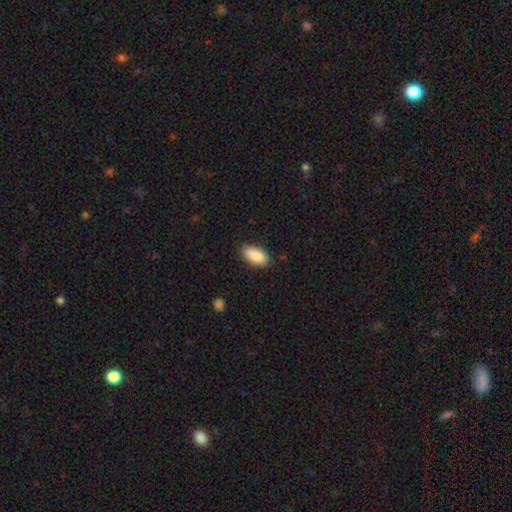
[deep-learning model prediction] Q: Smooth or featured?
A: smooth (89%); runner-up: star or artifact (6%)
Q: How rounded?
A: in between (91%); runner-up: cigar-shaped (7%)
Q: Merging?
A: none (83%); runner-up: minor disturbance (13%)